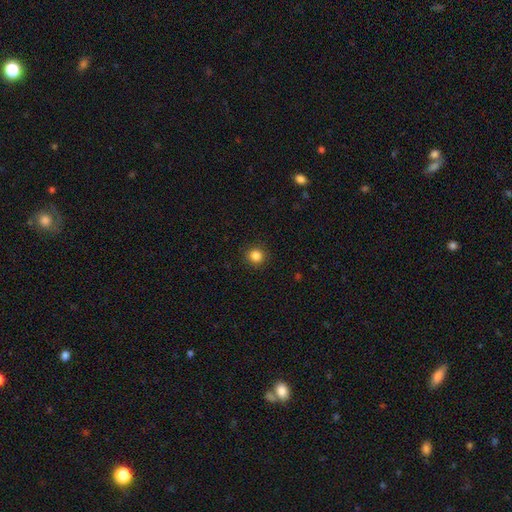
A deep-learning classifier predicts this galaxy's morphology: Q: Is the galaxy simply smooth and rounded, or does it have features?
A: smooth — 85%.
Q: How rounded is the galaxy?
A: round — 91%.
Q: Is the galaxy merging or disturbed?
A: none — 91%.